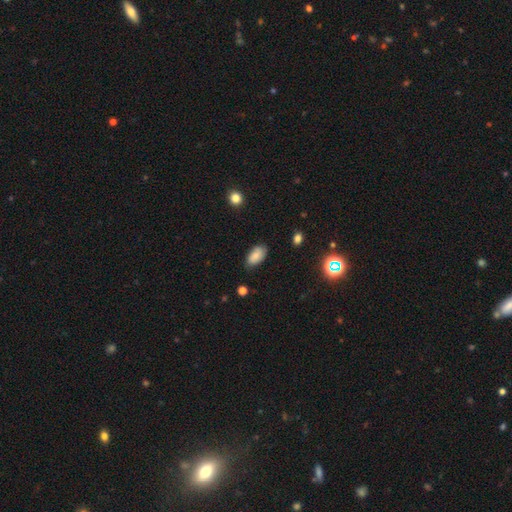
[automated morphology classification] A smooth galaxy with no disk features (82%) that is in between round and cigar-shaped (94%). Merging: none (80%).